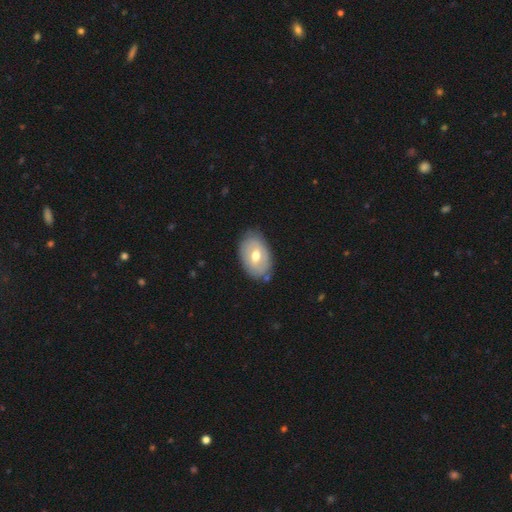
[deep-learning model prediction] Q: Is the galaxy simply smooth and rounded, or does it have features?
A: smooth — 48%.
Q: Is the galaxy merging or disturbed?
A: none — 78%.